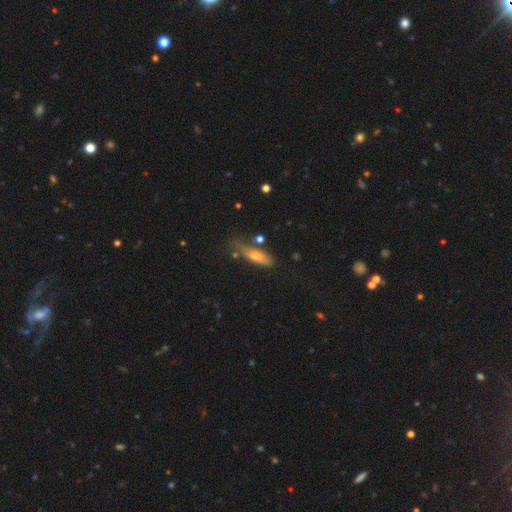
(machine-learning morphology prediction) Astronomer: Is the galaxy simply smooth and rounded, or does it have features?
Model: smooth — 59%.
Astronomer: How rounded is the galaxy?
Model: cigar-shaped — 54% (runner-up: in between, 43%).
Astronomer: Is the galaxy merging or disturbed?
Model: none — 58%.